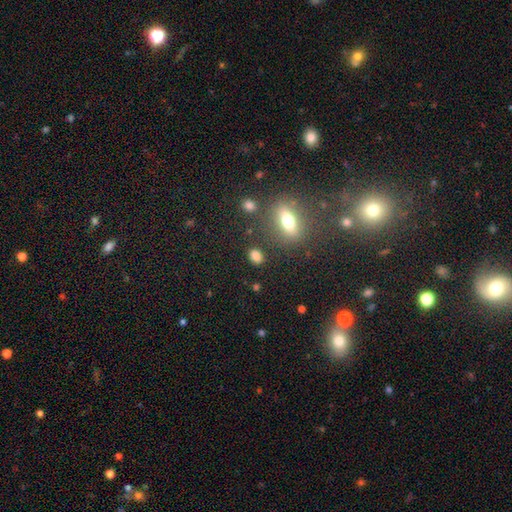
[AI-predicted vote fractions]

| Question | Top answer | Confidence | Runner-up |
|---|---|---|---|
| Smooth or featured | smooth | 81% | star or artifact (13%) |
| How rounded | in between | 65% | round (31%) |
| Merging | none | 80% | minor disturbance (11%) |